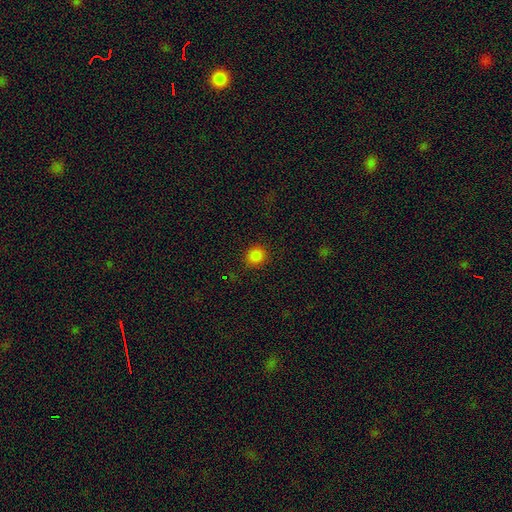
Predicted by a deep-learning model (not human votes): smooth 84%, star or artifact 12%, featured or disk 3%. Down the decision tree: how rounded — round (78%); merging — none (88%).